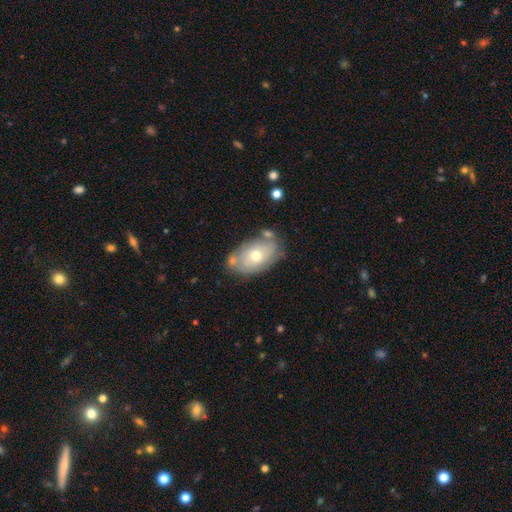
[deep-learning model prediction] The model was most divided on "smooth or featured": smooth: 50%, featured or disk: 43%, star or artifact: 7%. More confident: how rounded — in between (89%); merging — none (62%).